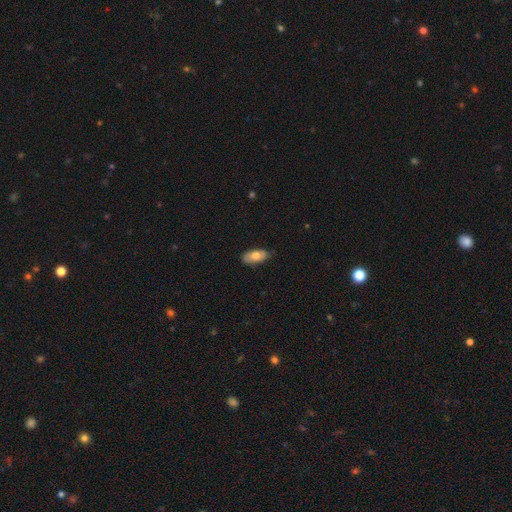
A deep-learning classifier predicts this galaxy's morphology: Smooth or featured? smooth (74%)
How rounded? in between (90%)
Merging? none (80%)